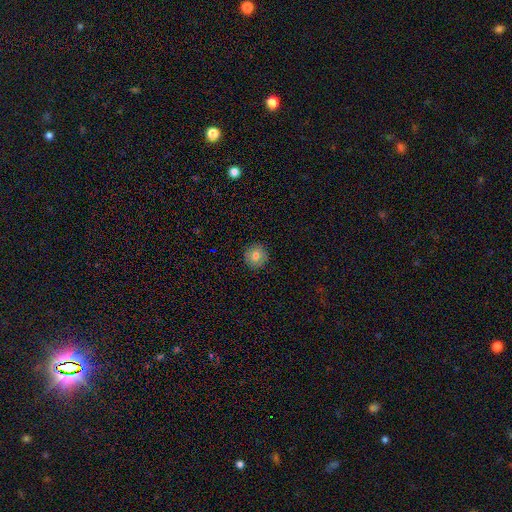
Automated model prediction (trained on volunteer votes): smooth-or-featured: smooth: 78% | featured or disk: 11% | star or artifact: 11%
  how-rounded: round: 94% | in between: 5% | cigar-shaped: 1%
  merging: none: 91% | minor disturbance: 6% | major disturbance: 2% | merger: 1%